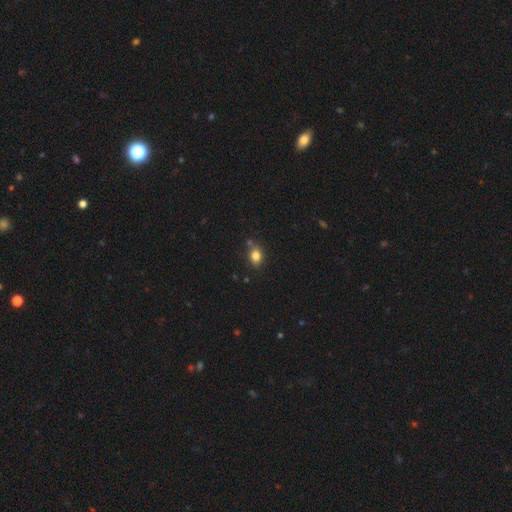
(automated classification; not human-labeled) smooth-or-featured: smooth: 82% | star or artifact: 11% | featured or disk: 7%
  how-rounded: in between: 61% | round: 38% | cigar-shaped: 1%
  merging: none: 75% | minor disturbance: 14% | merger: 7% | major disturbance: 3%